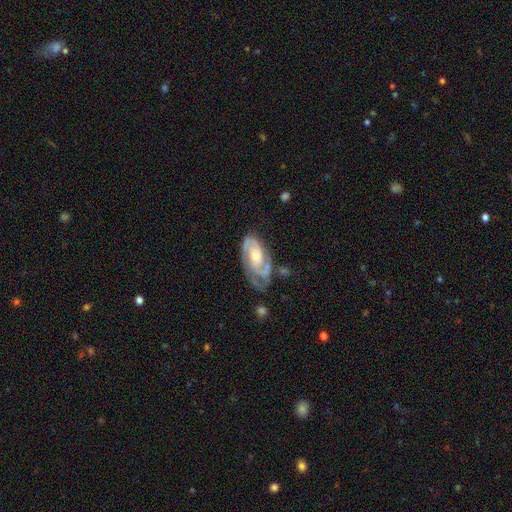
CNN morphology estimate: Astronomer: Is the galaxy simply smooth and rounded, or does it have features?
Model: featured or disk — 85%.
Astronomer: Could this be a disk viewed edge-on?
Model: no — 95%.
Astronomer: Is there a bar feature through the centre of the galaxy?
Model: no — 61%.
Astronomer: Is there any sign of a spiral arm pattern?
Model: yes — 95%.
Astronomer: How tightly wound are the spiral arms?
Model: tight — 59% (runner-up: medium, 34%).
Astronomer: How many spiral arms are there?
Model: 2 — 62%.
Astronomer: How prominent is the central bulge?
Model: moderate — 58%.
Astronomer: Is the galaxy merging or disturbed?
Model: none — 56%.